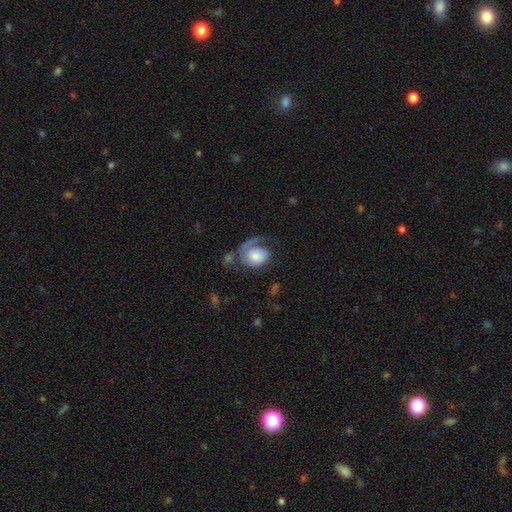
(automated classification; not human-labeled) Smooth or featured: featured or disk — 50% (smooth — 43%)
Merging: major disturbance — 38% (none — 34%)